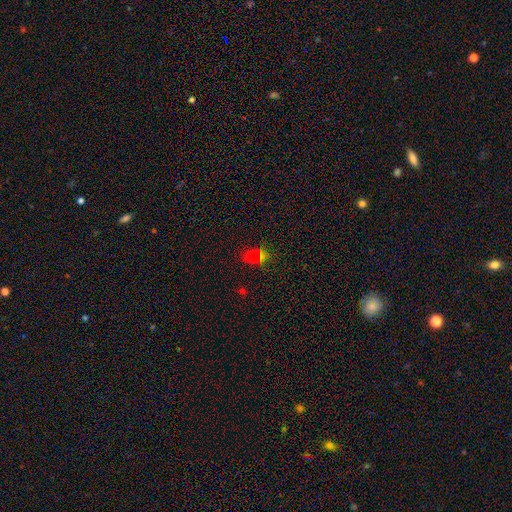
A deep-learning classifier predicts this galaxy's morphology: A smooth galaxy with no disk features (58%) that is in between round and cigar-shaped (59%).

Vote fractions:
- Smooth or featured? smooth: 58% / star or artifact: 33% / featured or disk: 9%
- How rounded? in between: 59% / round: 37% / cigar-shaped: 4%
- Merging? none: 63% / merger: 18% / minor disturbance: 13% / major disturbance: 6%